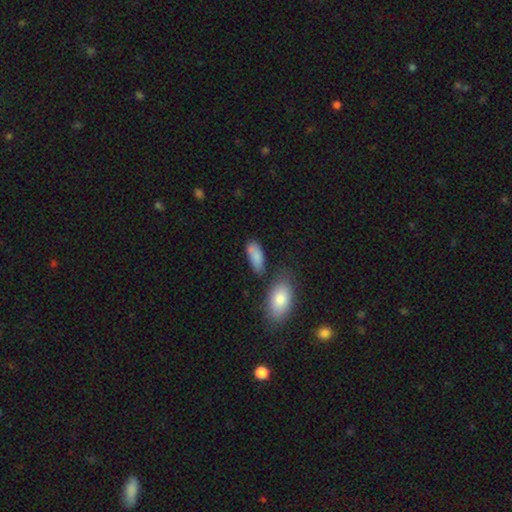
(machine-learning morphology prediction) Q: Smooth or featured?
A: smooth (83%); runner-up: featured or disk (10%)
Q: How rounded?
A: in between (85%); runner-up: cigar-shaped (12%)
Q: Merging?
A: none (54%); runner-up: minor disturbance (24%)